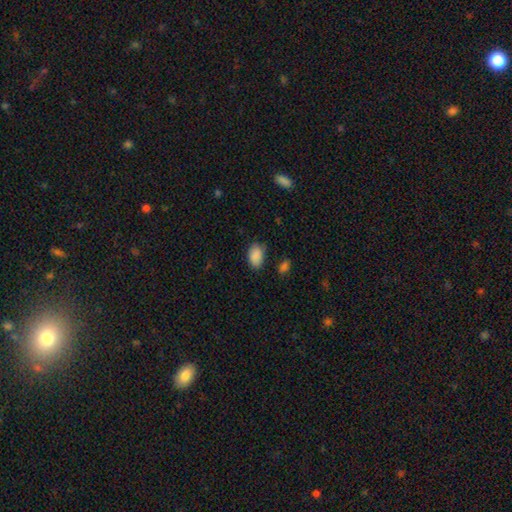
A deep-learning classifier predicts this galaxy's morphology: Smooth or featured?
  - smooth: 89% *
  - star or artifact: 7%
  - featured or disk: 4%
How rounded?
  - in between: 90% *
  - round: 8%
  - cigar-shaped: 1%
Merging?
  - none: 77% *
  - minor disturbance: 17%
  - major disturbance: 4%
  - merger: 2%